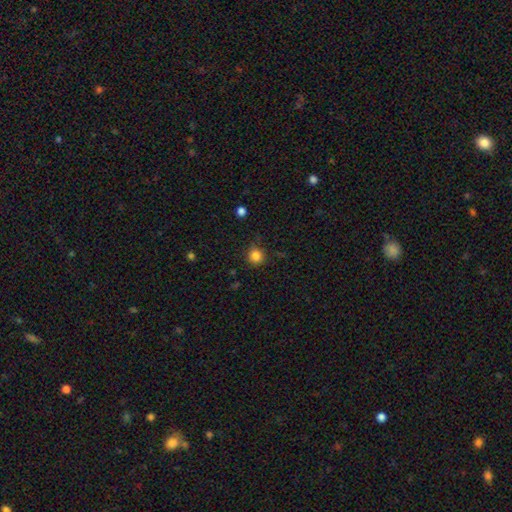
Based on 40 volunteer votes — Morphology: type=smooth (82%); roundness=round (97%); merging=none (73%).